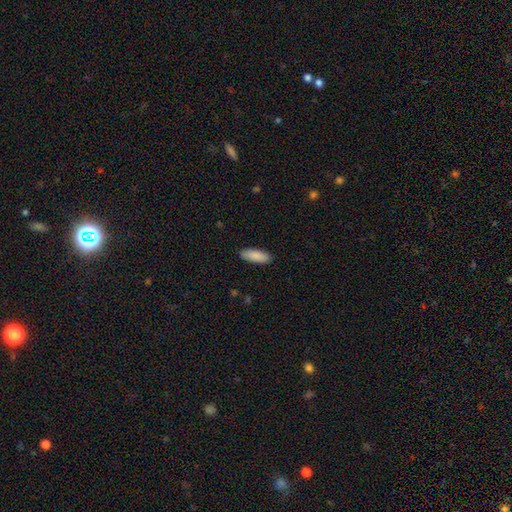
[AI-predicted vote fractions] Smooth or featured: smooth — 89% (featured or disk — 5%)
How rounded: in between — 67% (cigar-shaped — 32%)
Merging: none — 90% (minor disturbance — 8%)